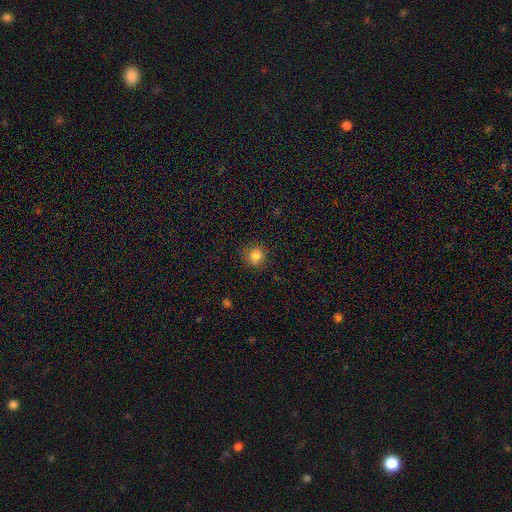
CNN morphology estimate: Smooth or featured? smooth (82%)
How rounded? round (86%)
Merging? none (83%)